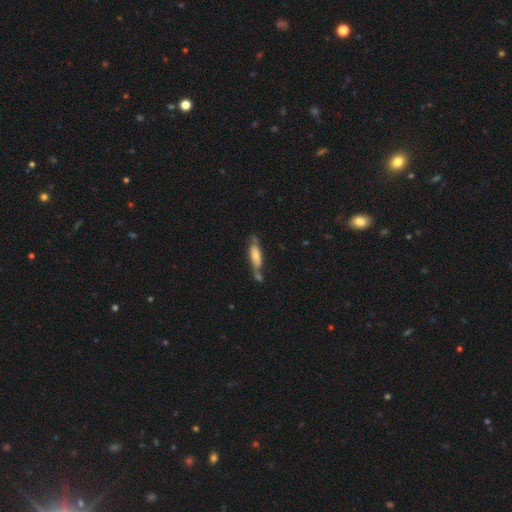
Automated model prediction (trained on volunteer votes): Morphology: type=smooth (60%); roundness=cigar-shaped (60%); merging=none (45%).